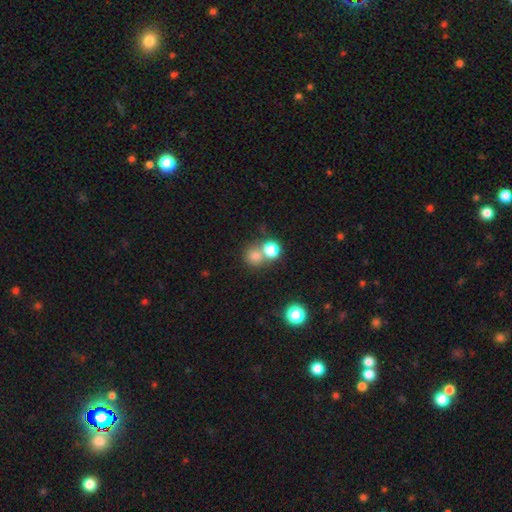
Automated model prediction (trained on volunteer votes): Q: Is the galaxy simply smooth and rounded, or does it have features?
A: smooth — 75%.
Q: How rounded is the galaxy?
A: round — 85%.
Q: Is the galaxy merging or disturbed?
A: none — 47%.